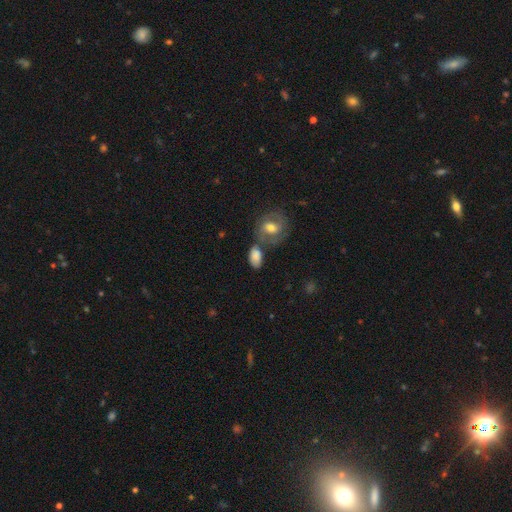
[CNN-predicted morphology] Smooth or featured? smooth (74%)
How rounded? in between (87%)
Merging? none (48%)